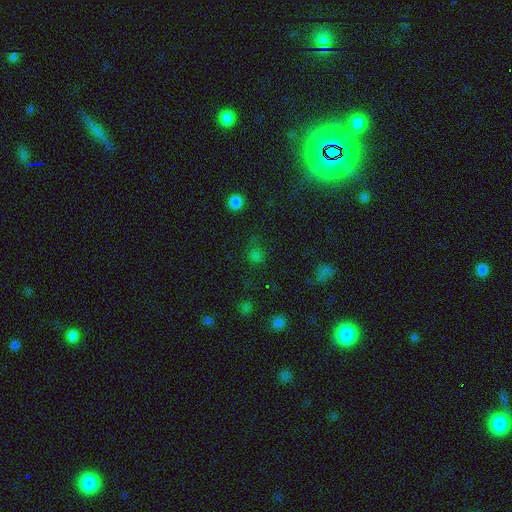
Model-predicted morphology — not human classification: smooth-or-featured: smooth: 61% | star or artifact: 33% | featured or disk: 6%
  how-rounded: round: 88% | in between: 11% | cigar-shaped: 1%
  merging: none: 76% | minor disturbance: 14% | major disturbance: 7% | merger: 3%